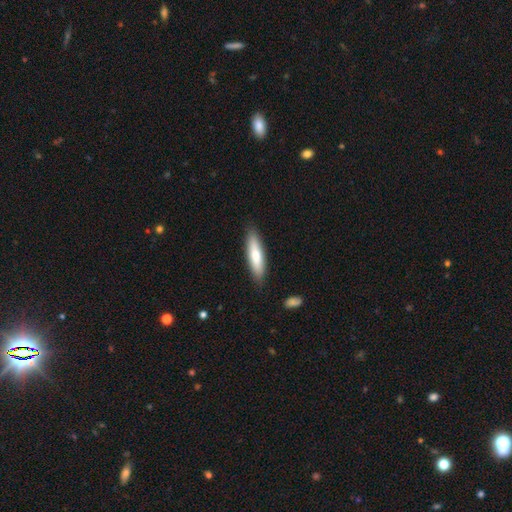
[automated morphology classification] Smooth or featured? smooth (71%)
How rounded? cigar-shaped (71%)
Merging? none (87%)